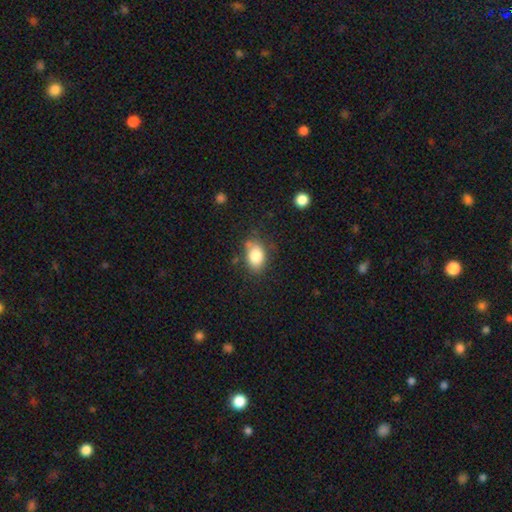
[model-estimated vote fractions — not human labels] This is clearly a smooth galaxy (83%). How rounded: likely in between (80%). Merging: likely none (71%).